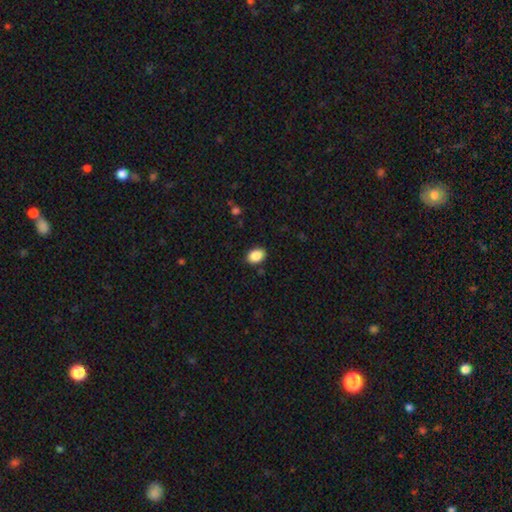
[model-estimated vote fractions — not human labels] Smooth or featured? smooth (89%)
How rounded? in between (77%)
Merging? none (89%)